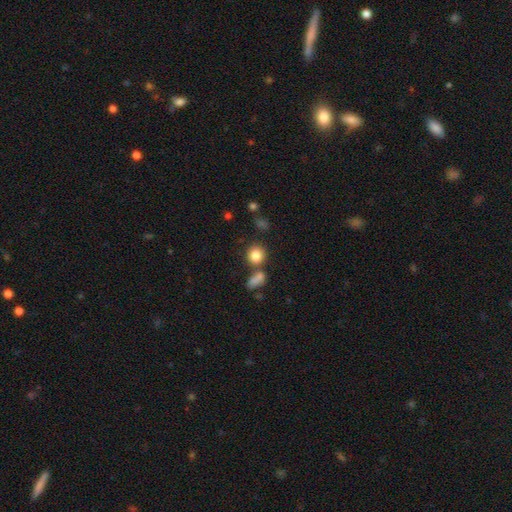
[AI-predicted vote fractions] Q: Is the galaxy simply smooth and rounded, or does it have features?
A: smooth — 83%.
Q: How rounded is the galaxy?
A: round — 84%.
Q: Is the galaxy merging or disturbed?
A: none — 67%.